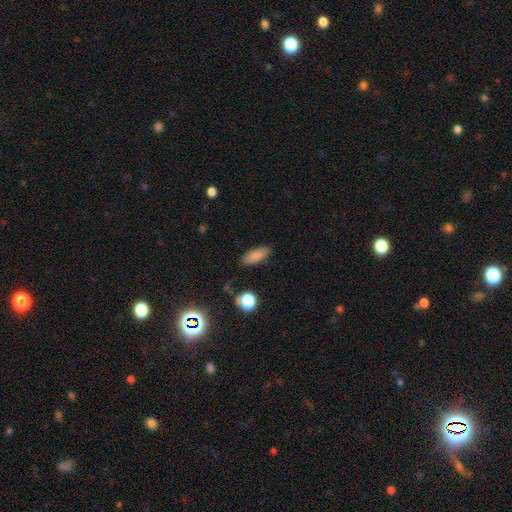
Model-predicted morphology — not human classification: type=smooth (83%); roundness=in between (73%); merging=none (84%).